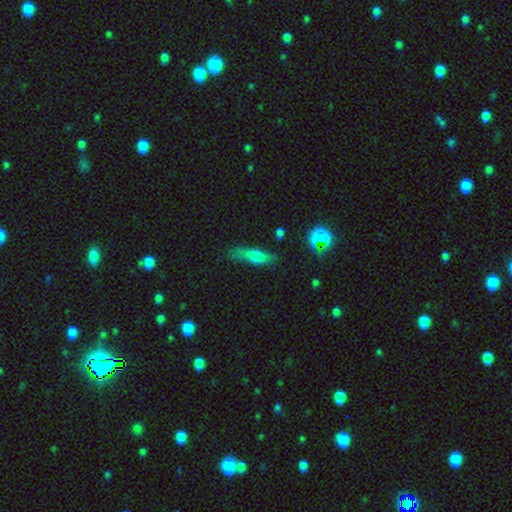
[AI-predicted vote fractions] Smooth or featured? Predicted: smooth (p=0.60). How rounded? Predicted: cigar-shaped (p=0.55). Merging? Predicted: none (p=0.60).